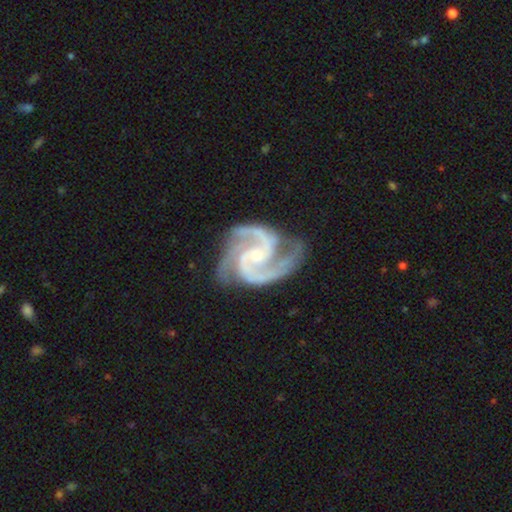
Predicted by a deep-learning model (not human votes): Morphology: type=featured or disk (95%); edge-on=no (98%); bar=no (49%); spiral arms=yes (99%); winding=medium (61%); arm count=2 (50%); bulge=small (68%); merging=none (74%).